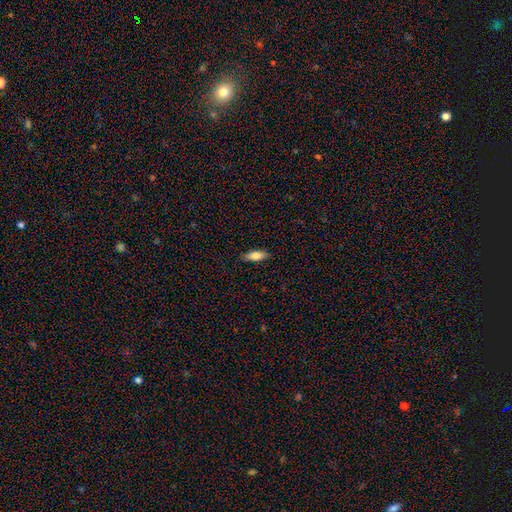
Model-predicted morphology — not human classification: smooth 76%, featured or disk 18%, star or artifact 7%. Down the decision tree: how rounded — in between (62%); merging — none (88%).